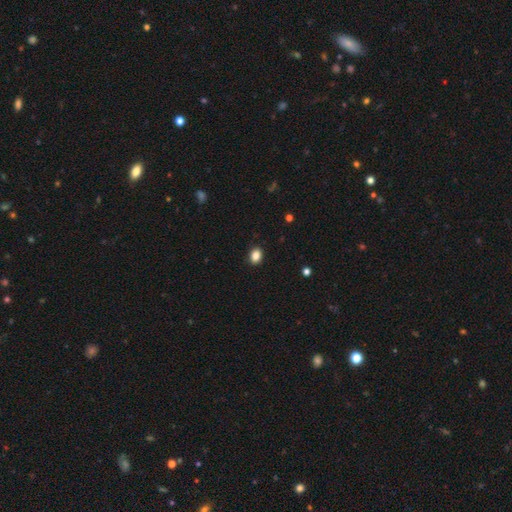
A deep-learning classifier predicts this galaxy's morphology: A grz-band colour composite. It shows a smooth galaxy with no disk features (87%) that is in between round and cigar-shaped (68%). Merging: none (90%).